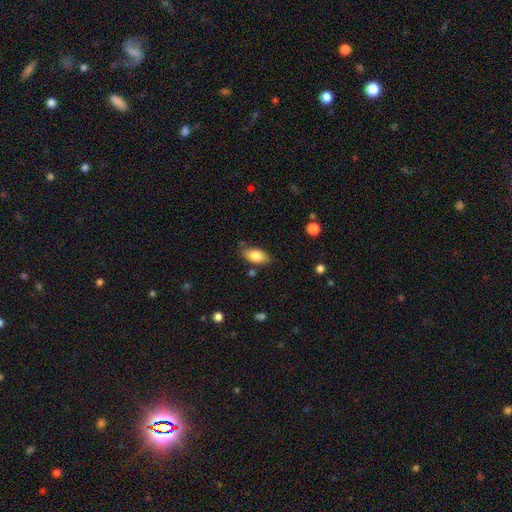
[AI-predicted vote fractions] Smooth or featured?
  - smooth: 81% *
  - featured or disk: 12%
  - star or artifact: 7%
How rounded?
  - in between: 90% *
  - cigar-shaped: 6%
  - round: 4%
Merging?
  - none: 74% *
  - minor disturbance: 18%
  - major disturbance: 4%
  - merger: 3%